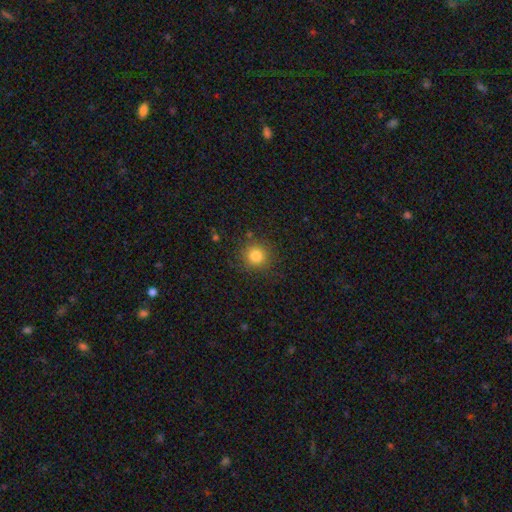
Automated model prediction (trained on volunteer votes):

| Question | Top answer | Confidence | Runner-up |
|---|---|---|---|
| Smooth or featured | smooth | 82% | star or artifact (12%) |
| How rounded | round | 92% | in between (7%) |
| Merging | none | 86% | minor disturbance (9%) |